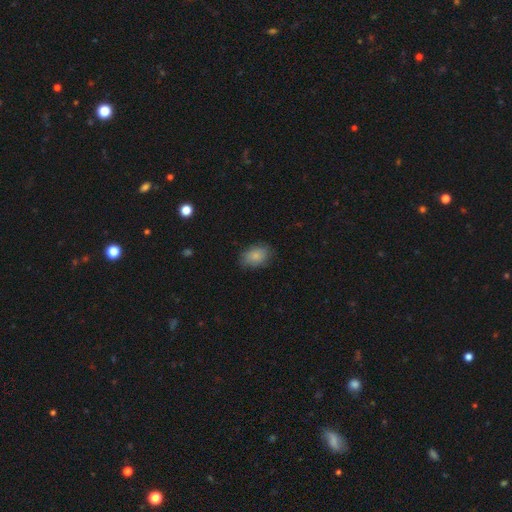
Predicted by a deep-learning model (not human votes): smooth 84%, featured or disk 8%, star or artifact 8%. Down the decision tree: how rounded — in between (75%); merging — none (78%).